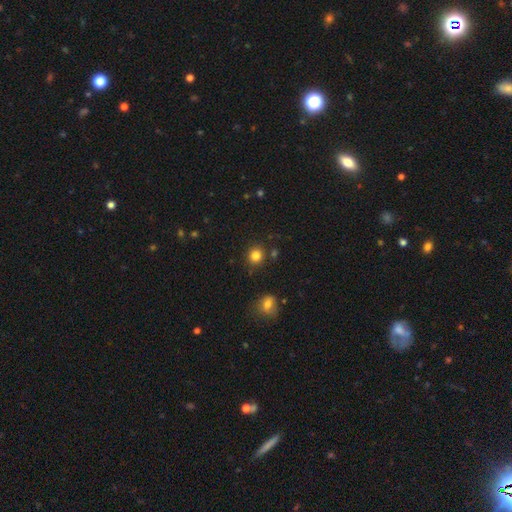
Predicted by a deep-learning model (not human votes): Smooth or featured? Predicted: smooth (p=0.83). How rounded? Predicted: round (p=0.88). Merging? Predicted: none (p=0.85).